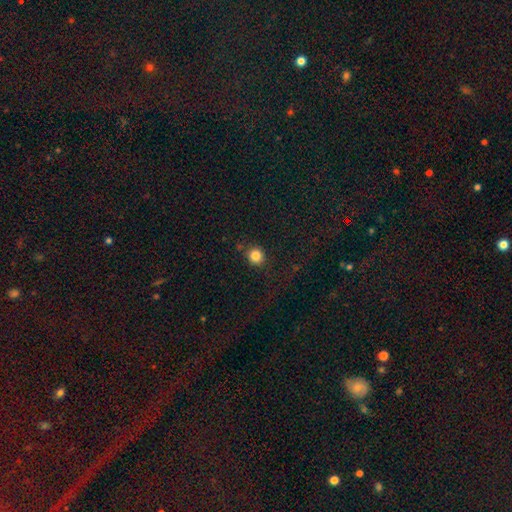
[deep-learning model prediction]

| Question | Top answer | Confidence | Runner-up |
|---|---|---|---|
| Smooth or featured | smooth | 84% | star or artifact (12%) |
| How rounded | round | 89% | in between (10%) |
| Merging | none | 86% | minor disturbance (9%) |